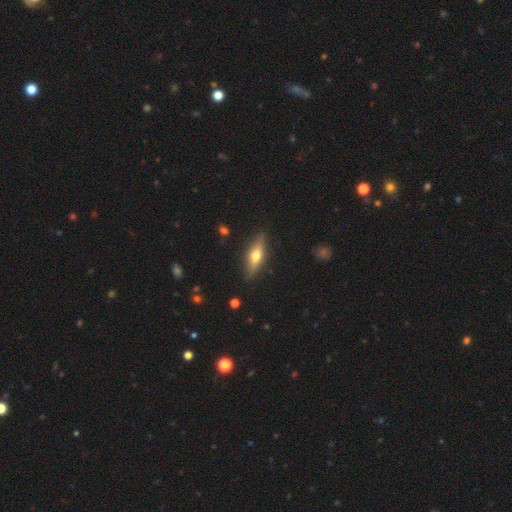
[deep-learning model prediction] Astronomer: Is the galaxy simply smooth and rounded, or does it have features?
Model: featured or disk — 50% (runner-up: smooth, 43%).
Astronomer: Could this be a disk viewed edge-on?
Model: yes — 88%.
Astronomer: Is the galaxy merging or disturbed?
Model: none — 87%.